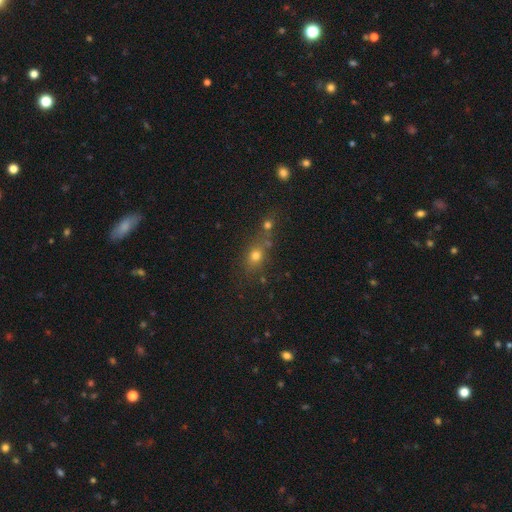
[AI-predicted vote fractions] Smooth or featured?
  - smooth: 66% *
  - star or artifact: 20%
  - featured or disk: 13%
How rounded?
  - round: 54% *
  - in between: 40%
  - cigar-shaped: 5%
Merging?
  - none: 51% *
  - merger: 29%
  - minor disturbance: 13%
  - major disturbance: 7%